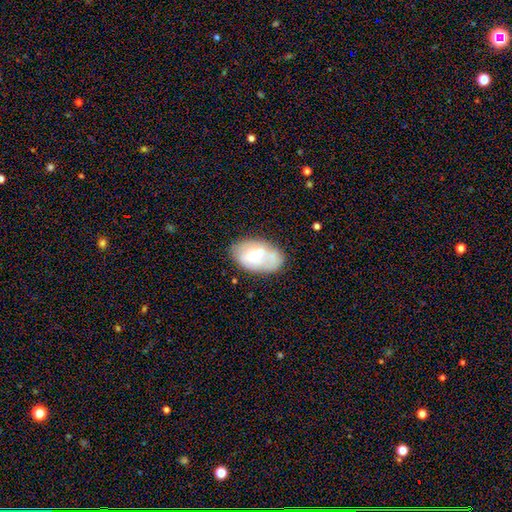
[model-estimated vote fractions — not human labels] A smooth galaxy with no disk features (47%).

Vote fractions:
- Smooth or featured? smooth: 47% / featured or disk: 45% / star or artifact: 7%
- Merging? none: 57% / minor disturbance: 24% / major disturbance: 9% / merger: 9%